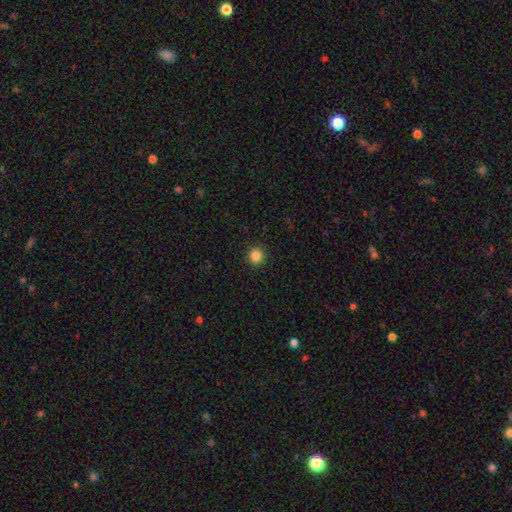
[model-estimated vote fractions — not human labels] Overall: smooth (86%). How rounded: round (94%). Merging: none (93%).